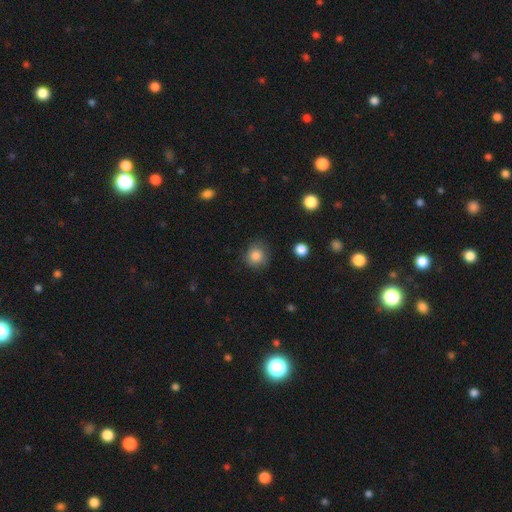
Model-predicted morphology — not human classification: Smooth or featured: smooth — 85% (star or artifact — 10%)
How rounded: round — 88% (in between — 11%)
Merging: none — 80% (minor disturbance — 14%)